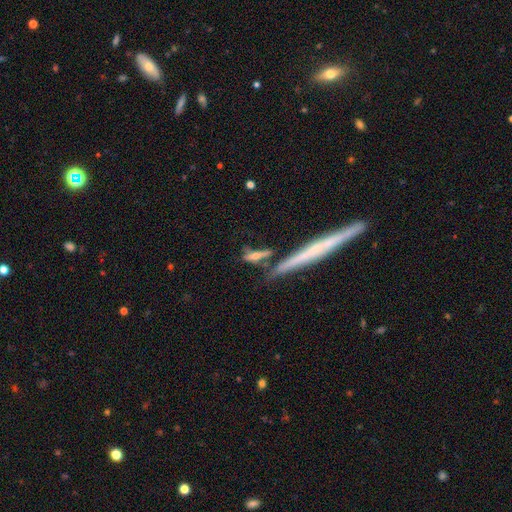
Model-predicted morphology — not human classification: This is possibly a smooth galaxy (51%). How rounded: likely cigar-shaped (72%). Merging: possibly none (50%).